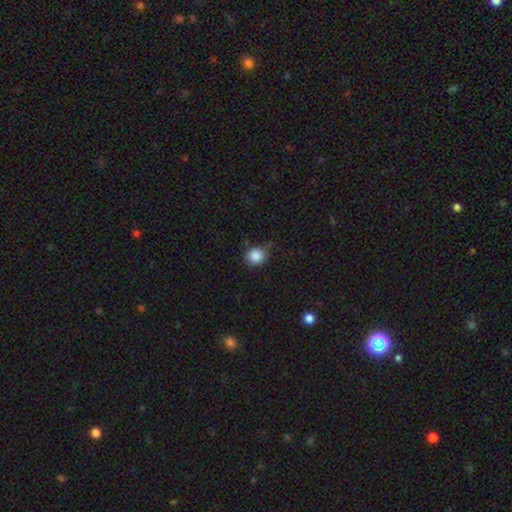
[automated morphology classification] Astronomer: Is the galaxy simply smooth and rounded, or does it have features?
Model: smooth — 87%.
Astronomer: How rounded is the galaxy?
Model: round — 85%.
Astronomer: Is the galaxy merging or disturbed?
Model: none — 73%.